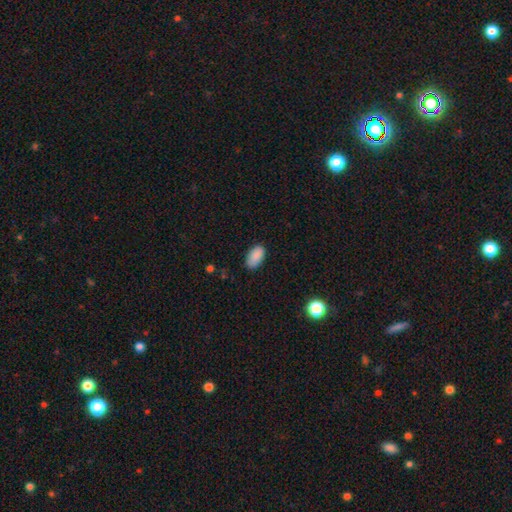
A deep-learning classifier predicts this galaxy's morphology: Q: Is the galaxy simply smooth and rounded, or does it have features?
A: smooth — 89%.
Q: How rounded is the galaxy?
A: in between — 94%.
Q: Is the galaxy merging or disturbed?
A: none — 84%.